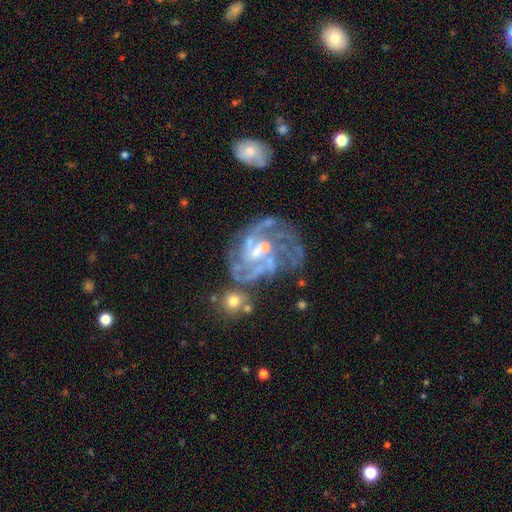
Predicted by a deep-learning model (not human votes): Smooth or featured?
  - featured or disk: 83% *
  - star or artifact: 11%
  - smooth: 7%
Edge-on disk?
  - no: 98% *
  - yes: 2%
Bar?
  - no: 44% *
  - weak: 41%
  - strong: 14%
Spiral arms?
  - yes: 90% *
  - no: 10%
Spiral winding?
  - medium: 45% *
  - tight: 39%
  - loose: 16%
Spiral arm count?
  - can't tell: 27% *
  - 3: 25%
  - 2: 21%
  - 4: 13%
  - more than 4: 7%
  - 1: 7%
Bulge size?
  - small: 56% *
  - moderate: 25%
  - none: 16%
  - large: 2%
  - dominant: 1%
Merging?
  - none: 42% *
  - major disturbance: 24%
  - minor disturbance: 18%
  - merger: 16%